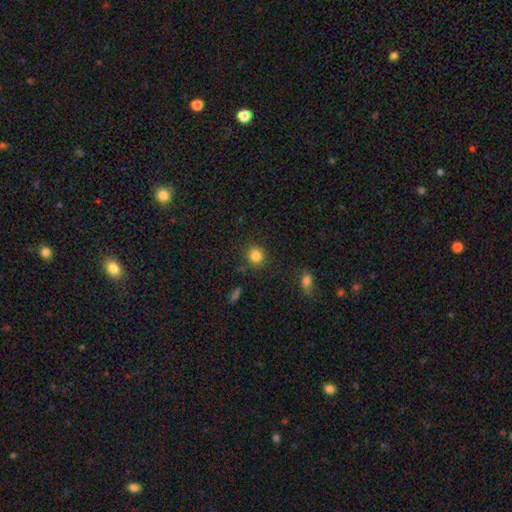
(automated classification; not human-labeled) smooth 84%, star or artifact 11%, featured or disk 5%. Down the decision tree: how rounded — round (83%); merging — none (83%).